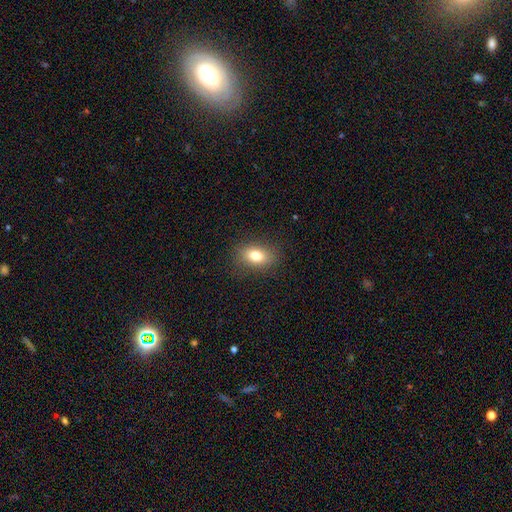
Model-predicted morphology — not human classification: Overall: smooth (78%). How rounded: in between (77%). Merging: none (85%).